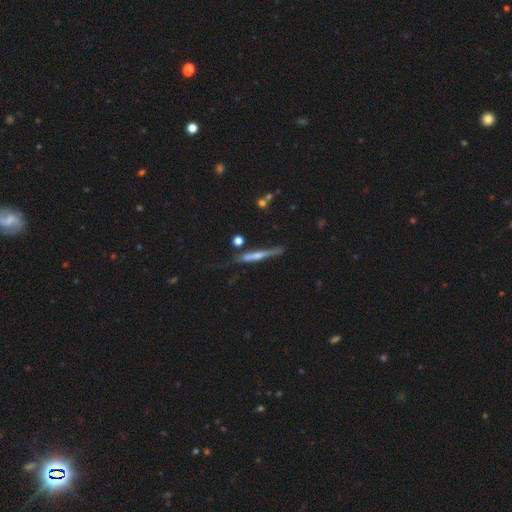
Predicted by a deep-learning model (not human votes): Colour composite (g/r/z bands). It shows a featured or disk galaxy (56%) viewed edge-on (92%) with a rounded central bulge (45%). Merging: none (59%).